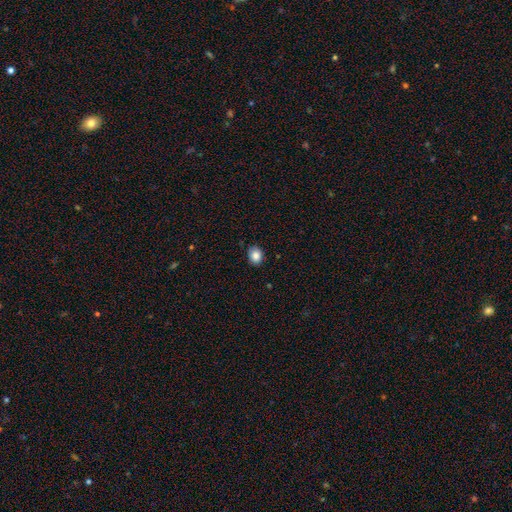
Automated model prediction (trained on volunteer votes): Smooth or featured? smooth (86%)
How rounded? round (60%)
Merging? none (84%)